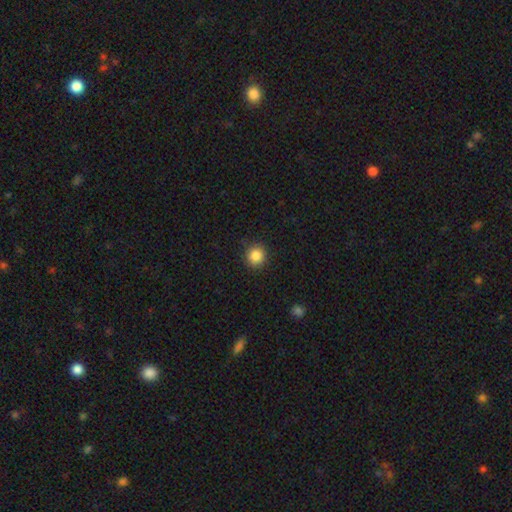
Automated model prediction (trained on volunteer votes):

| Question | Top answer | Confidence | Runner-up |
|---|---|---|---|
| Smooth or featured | smooth | 85% | star or artifact (10%) |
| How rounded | round | 91% | in between (8%) |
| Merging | none | 90% | minor disturbance (7%) |